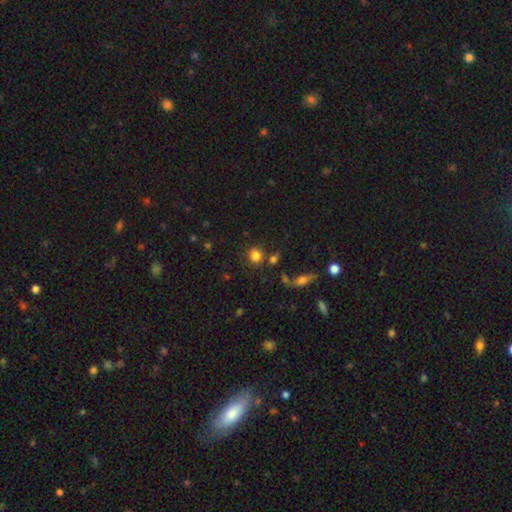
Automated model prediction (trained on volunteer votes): Smooth or featured? smooth (81%)
How rounded? round (79%)
Merging? none (74%)